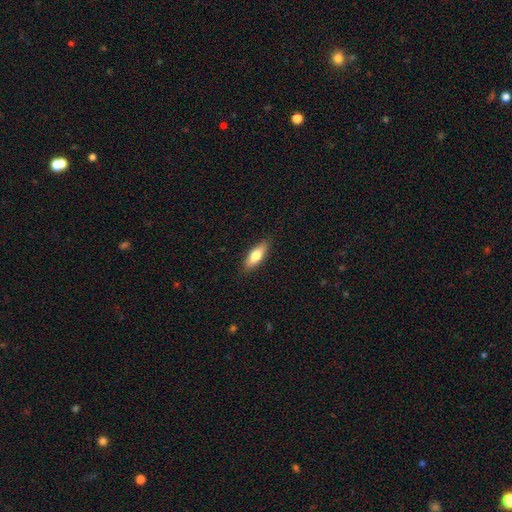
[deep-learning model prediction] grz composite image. It shows a smooth galaxy with no disk features (70%) that is in between round and cigar-shaped (63%). Merging: none (87%).